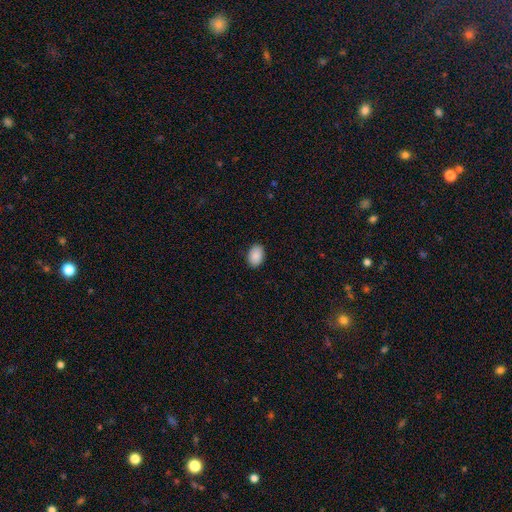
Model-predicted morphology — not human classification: Smooth or featured: smooth — 90% (star or artifact — 7%)
How rounded: in between — 85% (round — 14%)
Merging: none — 89% (minor disturbance — 8%)